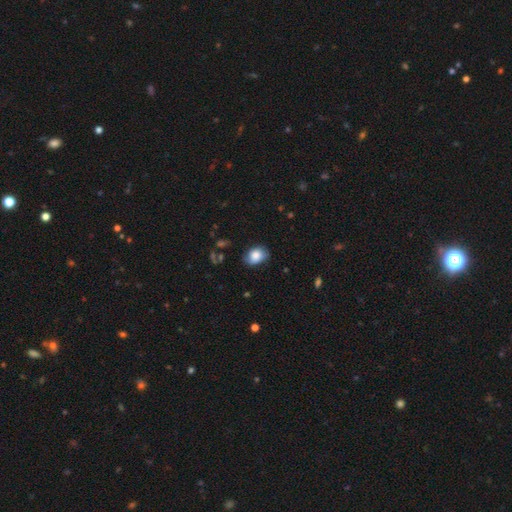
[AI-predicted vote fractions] Morphology: type=smooth (77%); roundness=in between (66%); merging=none (70%).